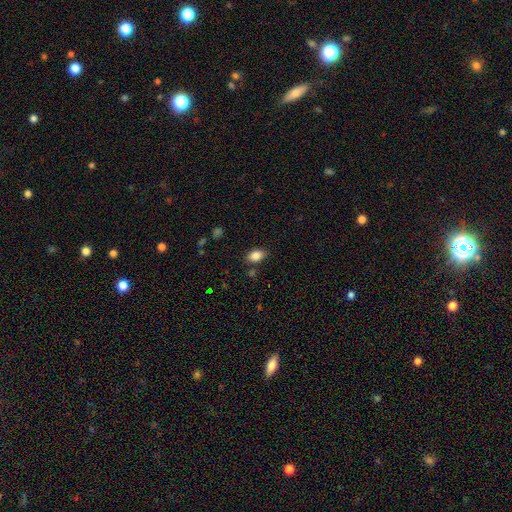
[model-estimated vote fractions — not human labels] This is clearly a smooth galaxy (85%). How rounded: clearly in between (87%). Merging: clearly none (82%).